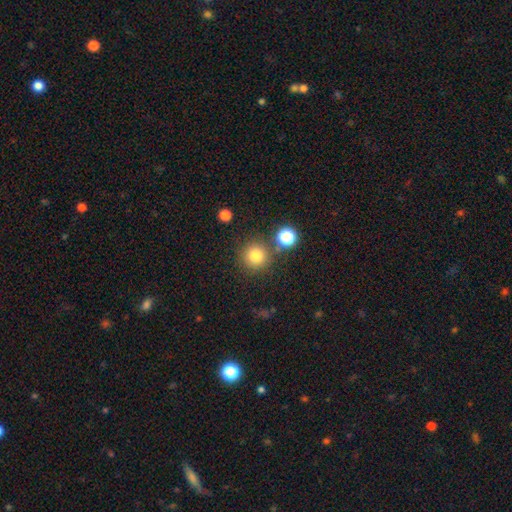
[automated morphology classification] smooth-or-featured: smooth: 80% | star or artifact: 14% | featured or disk: 7%
  how-rounded: round: 94% | in between: 5% | cigar-shaped: 1%
  merging: none: 80% | merger: 8% | minor disturbance: 8% | major disturbance: 3%